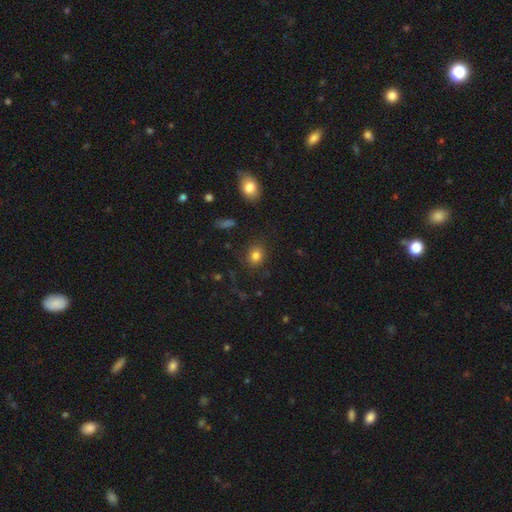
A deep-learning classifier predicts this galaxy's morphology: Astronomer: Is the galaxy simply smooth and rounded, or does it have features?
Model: smooth — 81%.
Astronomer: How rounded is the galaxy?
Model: round — 67%.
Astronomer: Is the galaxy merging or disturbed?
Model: none — 84%.